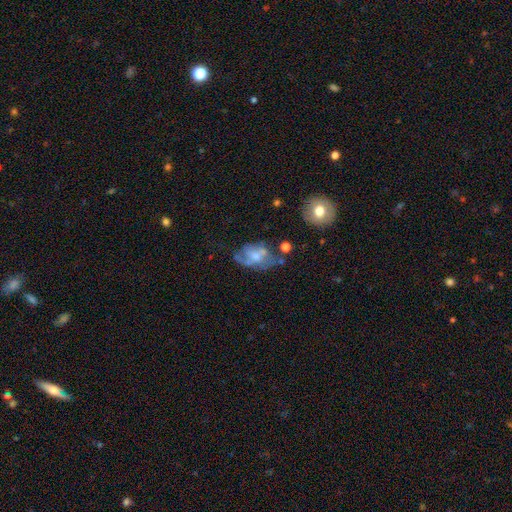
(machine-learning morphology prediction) featured or disk 55%, smooth 36%, star or artifact 9%. Down the decision tree: edge-on disk — no (95%); bar — no (70%); spiral arms — no (56%); bulge size — moderate (43%); merging — none (34%).